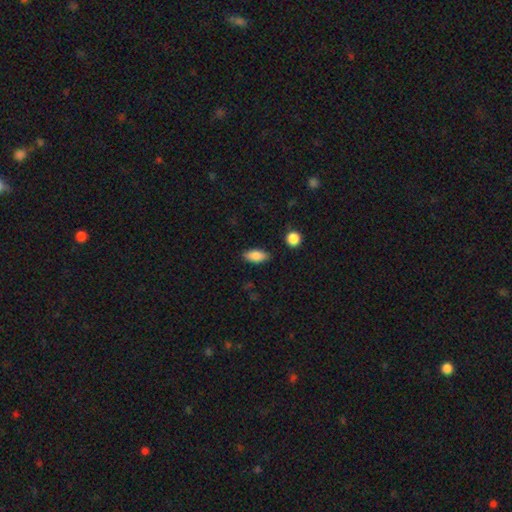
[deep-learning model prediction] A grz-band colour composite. It shows a smooth galaxy with no disk features (85%) that is in between round and cigar-shaped (86%). Merging: none (85%).